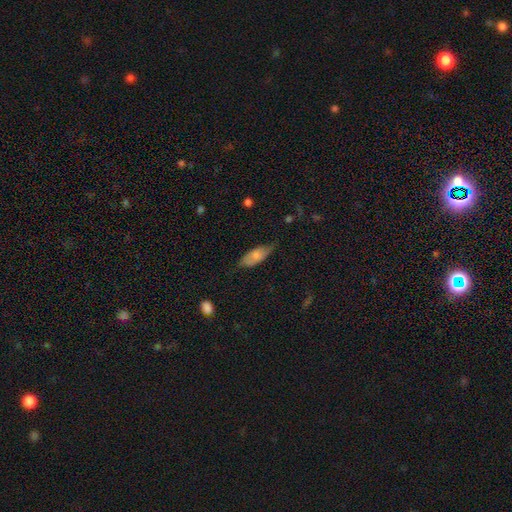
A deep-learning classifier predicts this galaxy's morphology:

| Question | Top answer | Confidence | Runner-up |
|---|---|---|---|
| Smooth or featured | smooth | 70% | featured or disk (24%) |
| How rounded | in between | 82% | cigar-shaped (15%) |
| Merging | none | 60% | minor disturbance (31%) |